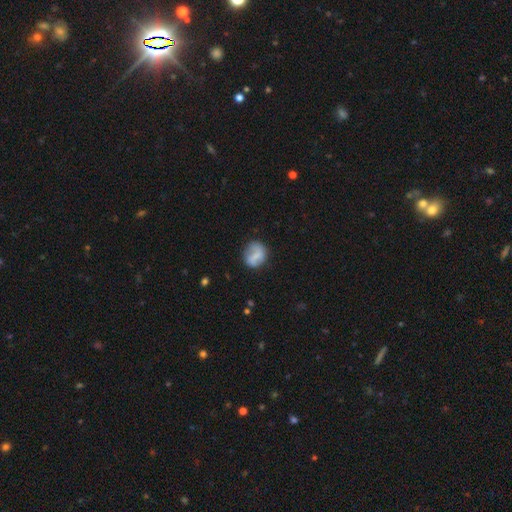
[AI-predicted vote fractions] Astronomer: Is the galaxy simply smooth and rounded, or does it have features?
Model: smooth — 57% (runner-up: featured or disk, 35%).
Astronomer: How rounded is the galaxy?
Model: round — 70%.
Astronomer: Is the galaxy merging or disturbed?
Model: none — 67%.